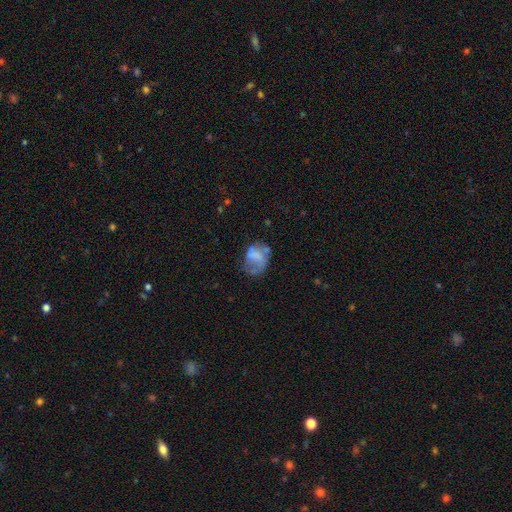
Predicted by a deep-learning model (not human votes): smooth-or-featured: smooth: 45% (tied) | featured or disk: 45% (tied) | star or artifact: 10%
  merging: none: 34% (tied) | major disturbance: 34% (tied) | minor disturbance: 26% | merger: 6%